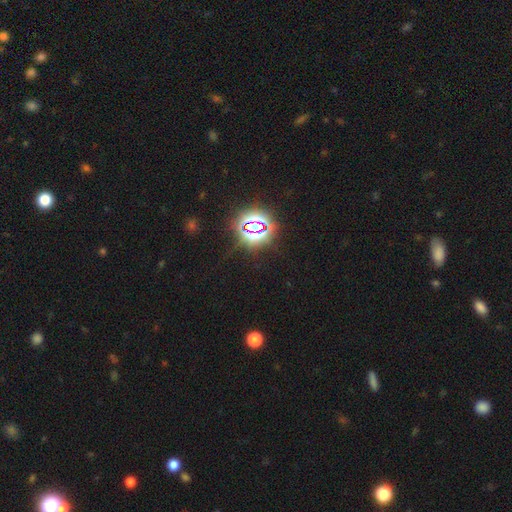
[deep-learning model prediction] star or artifact 79%, smooth 14%, featured or disk 7%.